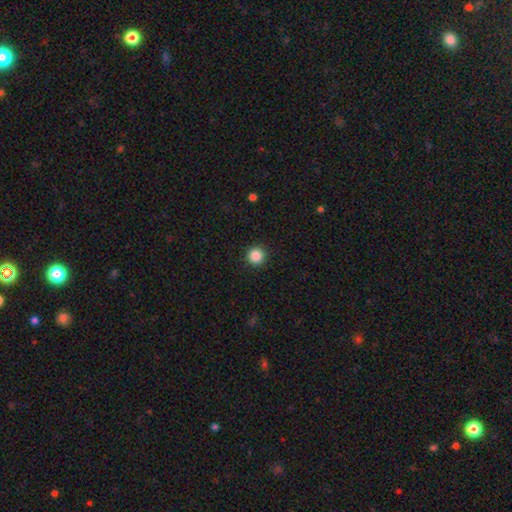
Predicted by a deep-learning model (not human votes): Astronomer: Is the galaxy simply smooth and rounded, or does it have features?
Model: smooth — 86%.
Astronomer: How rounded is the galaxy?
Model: round — 96%.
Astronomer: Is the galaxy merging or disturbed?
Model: none — 92%.